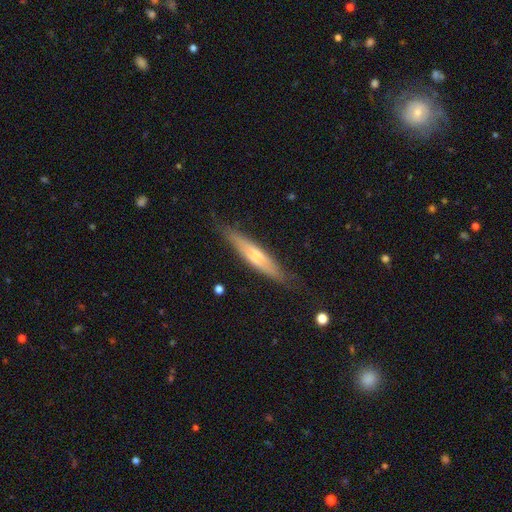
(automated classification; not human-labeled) This appears to be a featured or disk galaxy (52%) viewed edge-on (88%). Merging: none (79%).